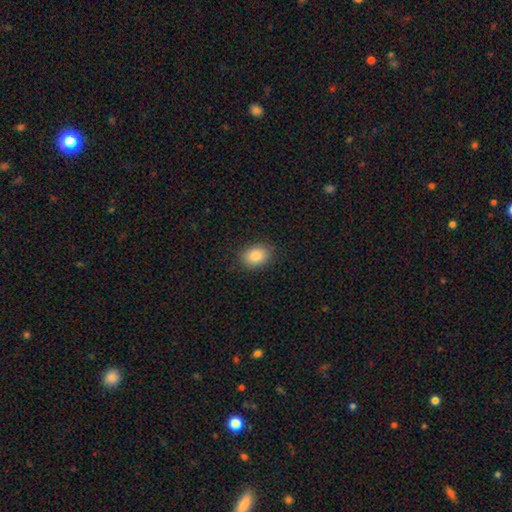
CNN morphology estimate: A smooth galaxy with no disk features (85%) that is in between round and cigar-shaped (64%). Merging: none (88%).